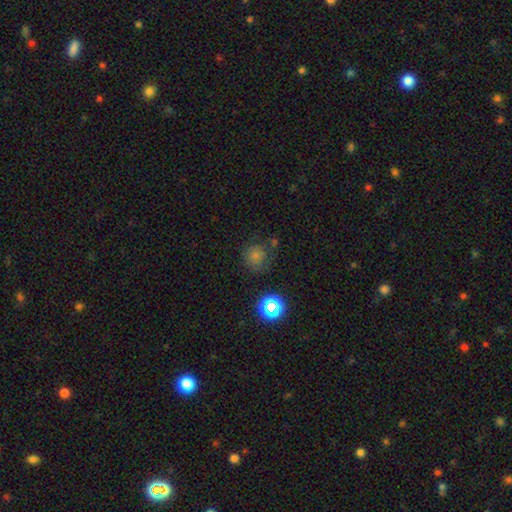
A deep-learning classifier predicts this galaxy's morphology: This is likely a smooth galaxy (66%). How rounded: clearly round (91%). Merging: likely none (74%).